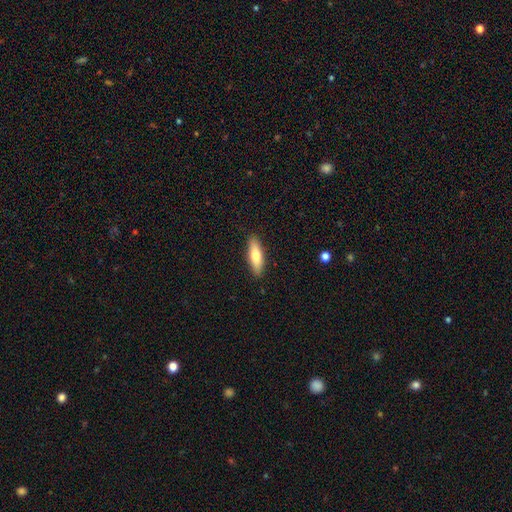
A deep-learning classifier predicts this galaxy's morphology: Overall: smooth (69%). How rounded: cigar-shaped (53%; in between 45%). Merging: none (89%).